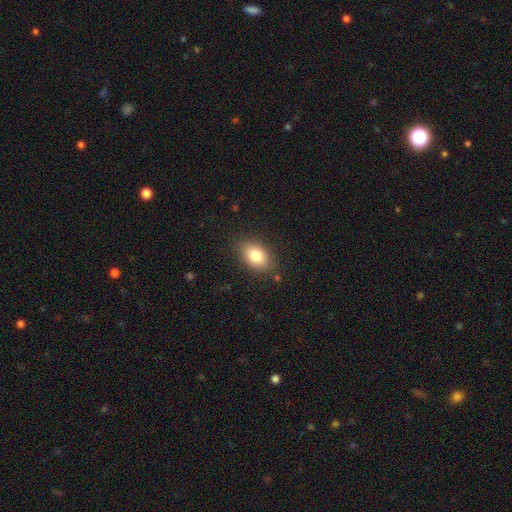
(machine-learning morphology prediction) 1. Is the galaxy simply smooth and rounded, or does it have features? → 82% smooth, 10% featured or disk, 8% star or artifact.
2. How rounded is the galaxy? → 86% in between, 13% round, 2% cigar-shaped.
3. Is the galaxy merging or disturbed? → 84% none, 12% minor disturbance, 3% major disturbance, 1% merger.